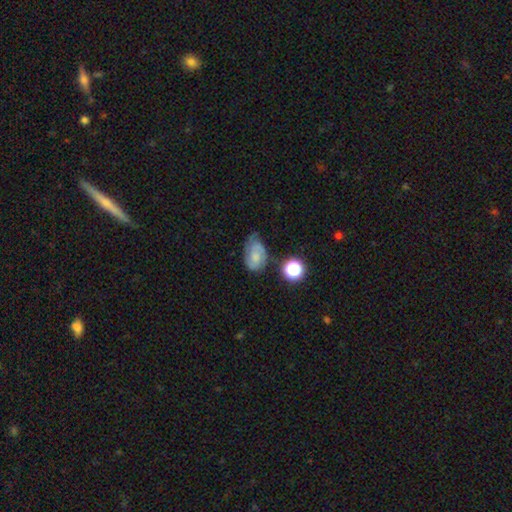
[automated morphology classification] Smooth or featured?
  - featured or disk: 56% *
  - smooth: 33%
  - star or artifact: 10%
Edge-on disk?
  - no: 97% *
  - yes: 3%
Bar?
  - no: 62% *
  - weak: 33%
  - strong: 6%
Spiral arms?
  - yes: 89% *
  - no: 11%
Bulge size?
  - small: 34% *
  - none: 29%
  - moderate: 27%
  - large: 7%
  - dominant: 2%
Merging?
  - none: 50% *
  - minor disturbance: 32%
  - major disturbance: 13%
  - merger: 5%